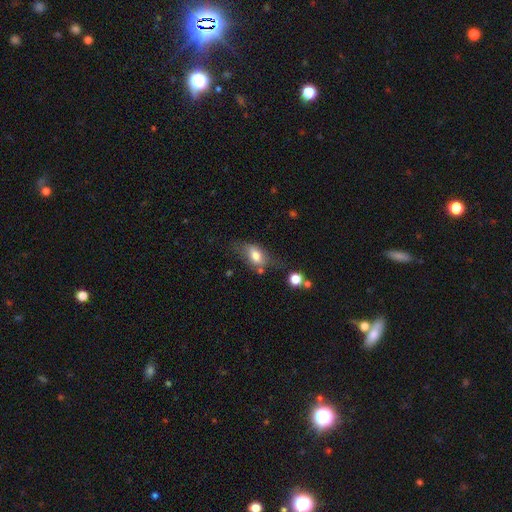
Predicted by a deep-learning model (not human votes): The model was most divided on "merging": none: 51%, minor disturbance: 27%, major disturbance: 13%, merger: 8%. More confident: how rounded — in between (83%); smooth or featured — smooth (67%).